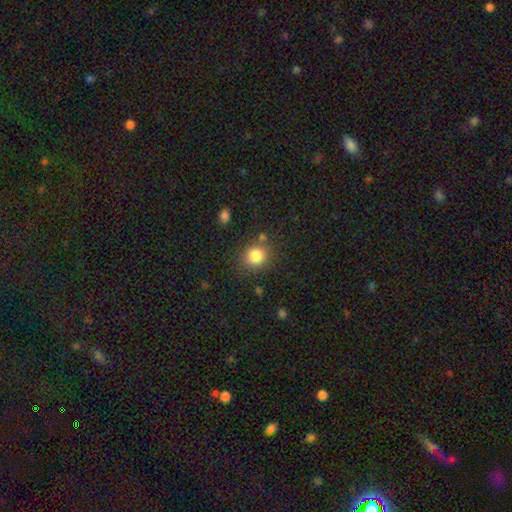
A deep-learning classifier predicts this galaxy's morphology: Smooth or featured? smooth (84%)
How rounded? round (82%)
Merging? none (80%)